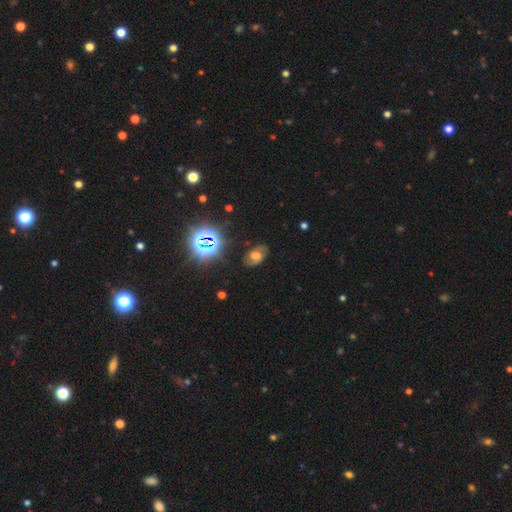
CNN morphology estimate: Q: Smooth or featured?
A: featured or disk (45%); runner-up: smooth (32%)
Q: Merging?
A: none (76%); runner-up: minor disturbance (16%)